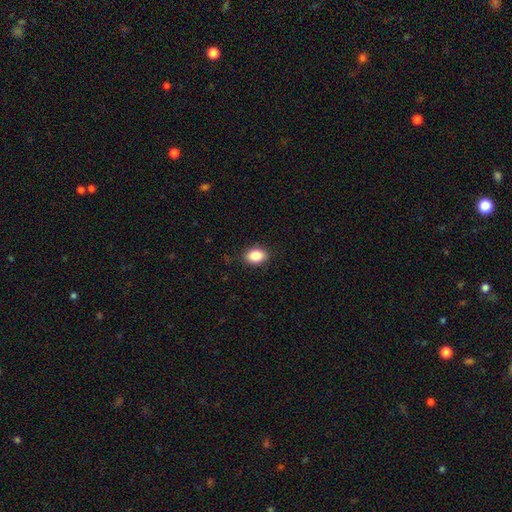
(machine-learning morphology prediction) This is clearly a smooth galaxy (87%). How rounded: likely in between (75%). Merging: clearly none (88%).